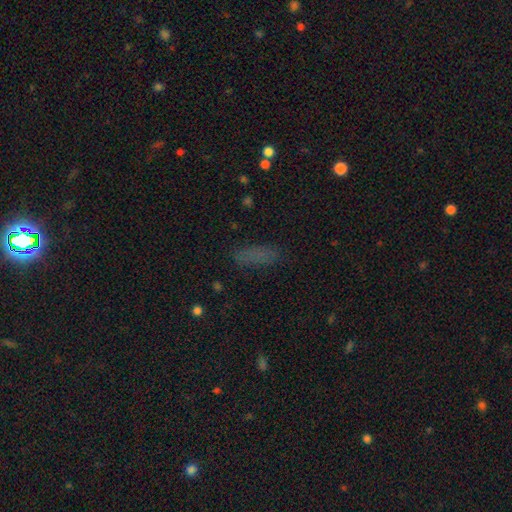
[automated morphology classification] smooth 71%, star or artifact 19%, featured or disk 11%. Down the decision tree: how rounded — cigar-shaped (54%); merging — none (82%).